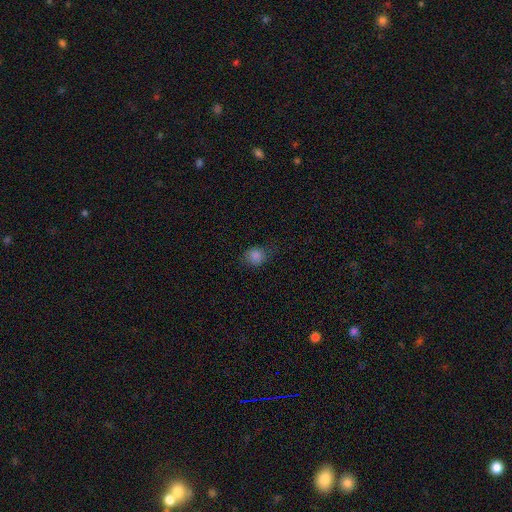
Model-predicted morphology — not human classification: This appears to be a smooth galaxy with no disk features (83%) that is round (73%). Merging: none (73%).